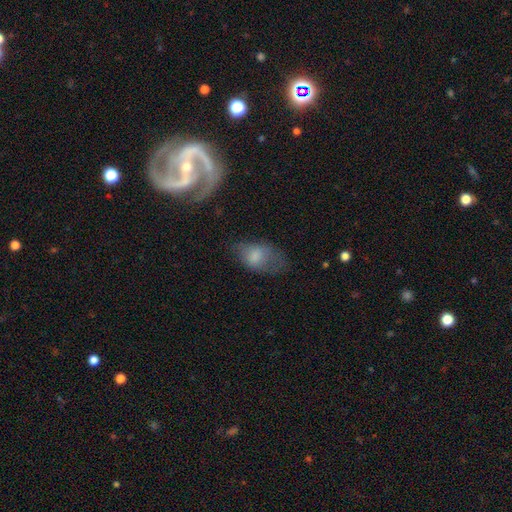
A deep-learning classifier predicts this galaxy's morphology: Smooth or featured? Predicted: smooth (p=0.69). How rounded? Predicted: in between (p=0.88). Merging? Predicted: none (p=0.41).